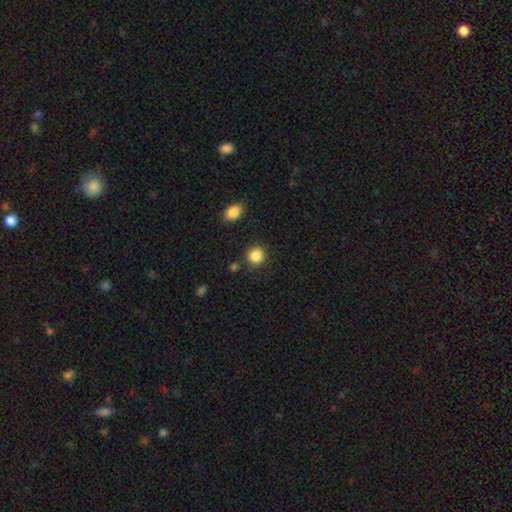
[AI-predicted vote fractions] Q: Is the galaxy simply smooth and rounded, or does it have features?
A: smooth — 86%.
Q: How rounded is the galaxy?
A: round — 88%.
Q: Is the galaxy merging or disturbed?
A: none — 84%.